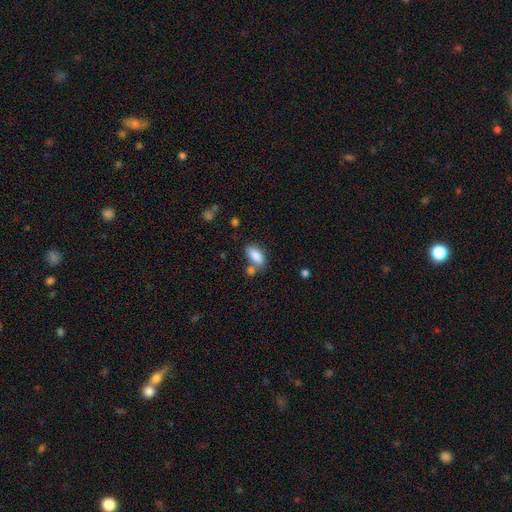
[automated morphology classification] smooth-or-featured: smooth: 85% | featured or disk: 8% | star or artifact: 7%
  how-rounded: in between: 86% | cigar-shaped: 11% | round: 3%
  merging: none: 58% | merger: 21% | minor disturbance: 16% | major disturbance: 5%